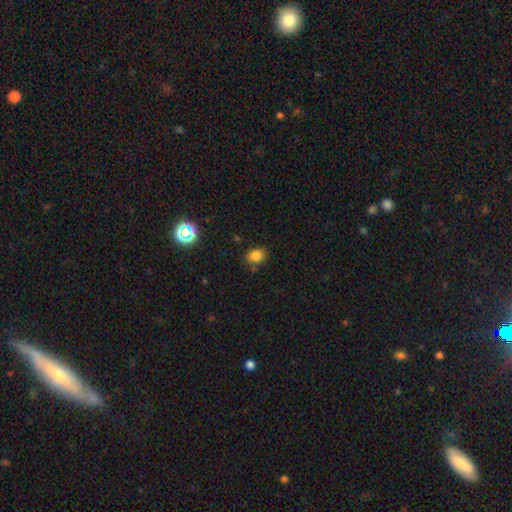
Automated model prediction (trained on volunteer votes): Smooth or featured? smooth (81%)
How rounded? in between (55%)
Merging? none (79%)